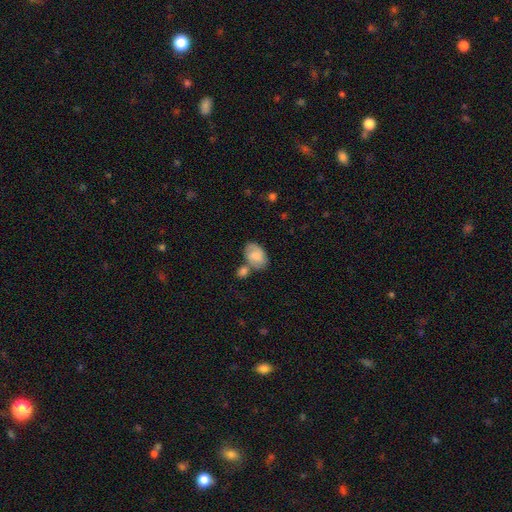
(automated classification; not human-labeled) Q: Smooth or featured?
A: smooth (72%); runner-up: featured or disk (20%)
Q: How rounded?
A: in between (85%); runner-up: round (13%)
Q: Merging?
A: none (50%); runner-up: merger (25%)